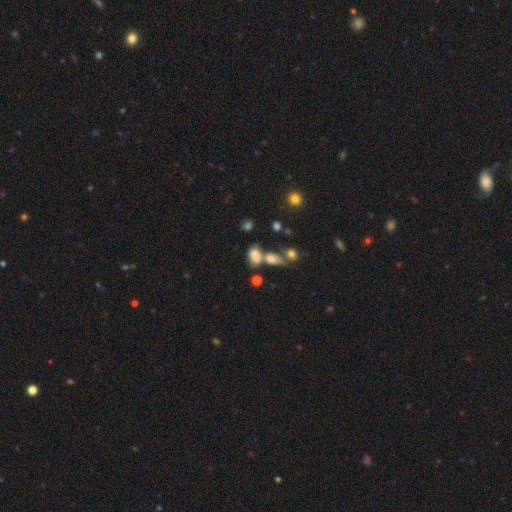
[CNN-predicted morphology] The model was most divided on "merging": merger: 43%, none: 33%, minor disturbance: 15%, major disturbance: 9%. More confident: how rounded — in between (82%); smooth or featured — smooth (74%).